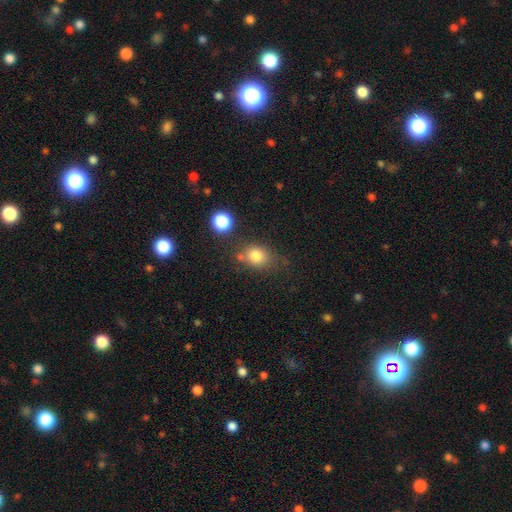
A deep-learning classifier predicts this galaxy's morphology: Smooth or featured: smooth — 79% (star or artifact — 12%)
How rounded: round — 55% (in between — 43%)
Merging: none — 60% (minor disturbance — 19%)